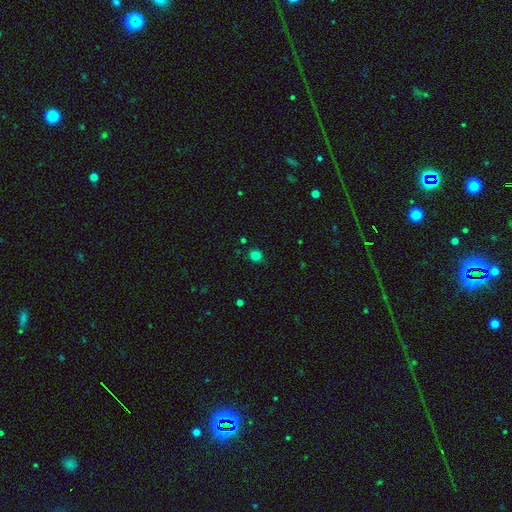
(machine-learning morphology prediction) Overall: smooth (80%). How rounded: round (83%). Merging: none (88%).